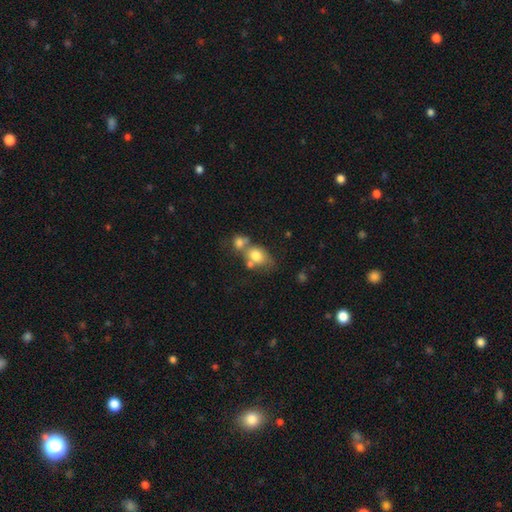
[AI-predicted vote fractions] Overall: smooth (74%). How rounded: in between (60%; round 39%). Merging: merger (52%; none 28%).